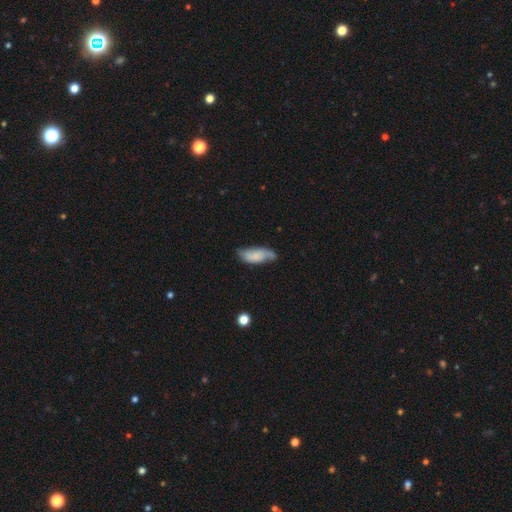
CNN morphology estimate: A smooth galaxy with no disk features (62%) that is in between round and cigar-shaped (78%).

Vote fractions:
- Smooth or featured? smooth: 62% / featured or disk: 31% / star or artifact: 8%
- How rounded? in between: 78% / cigar-shaped: 20% / round: 2%
- Merging? none: 53% / minor disturbance: 33% / major disturbance: 11% / merger: 4%